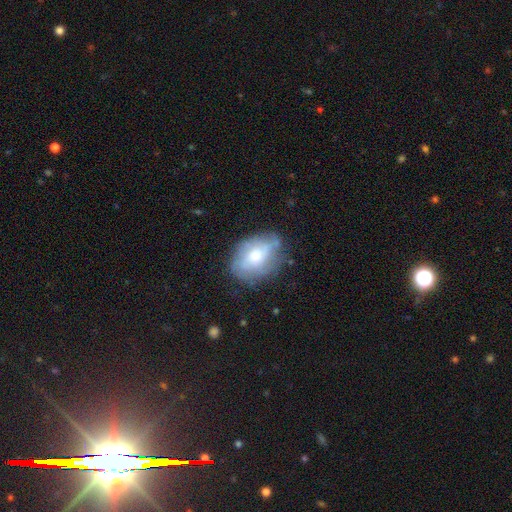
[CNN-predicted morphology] Q: Smooth or featured?
A: smooth (47%); runner-up: featured or disk (45%)
Q: Merging?
A: none (61%); runner-up: minor disturbance (25%)